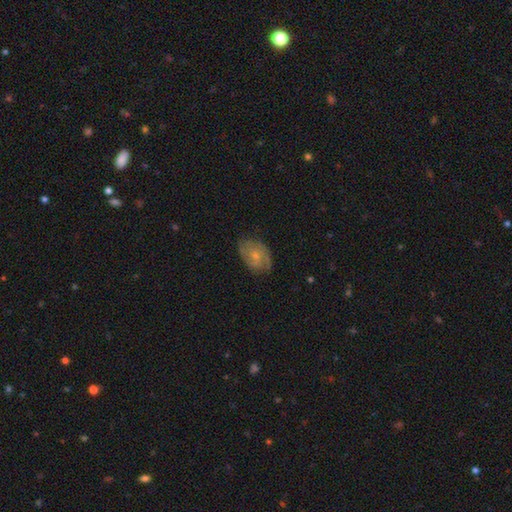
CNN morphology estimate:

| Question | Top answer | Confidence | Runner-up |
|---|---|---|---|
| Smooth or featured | featured or disk | 66% | smooth (27%) |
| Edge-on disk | no | 97% | yes (3%) |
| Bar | no | 68% | weak (28%) |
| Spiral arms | yes | 88% | no (12%) |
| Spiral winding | medium | 43% | tight (40%) |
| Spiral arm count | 2 | 53% | can't tell (24%) |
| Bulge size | small | 63% | moderate (30%) |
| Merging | none | 72% | minor disturbance (20%) |